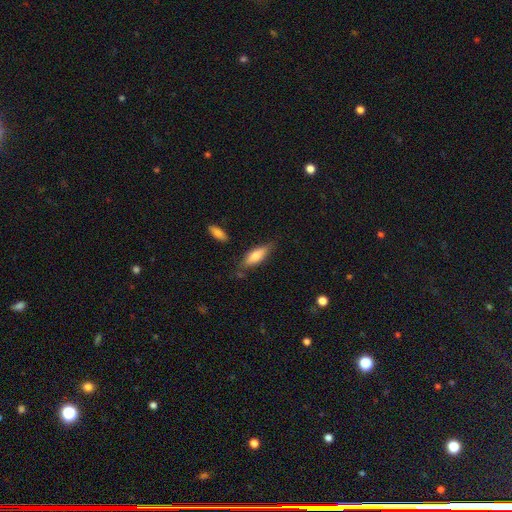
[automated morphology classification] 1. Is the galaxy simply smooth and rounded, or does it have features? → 73% smooth, 21% featured or disk, 6% star or artifact.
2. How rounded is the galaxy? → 58% in between, 40% cigar-shaped, 2% round.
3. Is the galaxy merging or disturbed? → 70% none, 21% minor disturbance, 5% major disturbance, 4% merger.